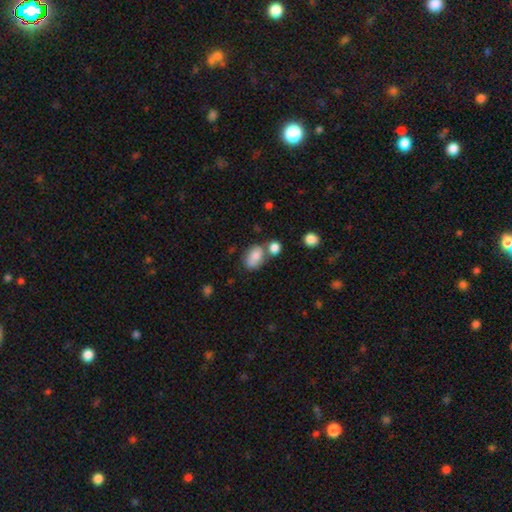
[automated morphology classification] Smooth or featured: smooth — 76% (featured or disk — 15%)
How rounded: in between — 77% (round — 21%)
Merging: none — 48% (merger — 28%)